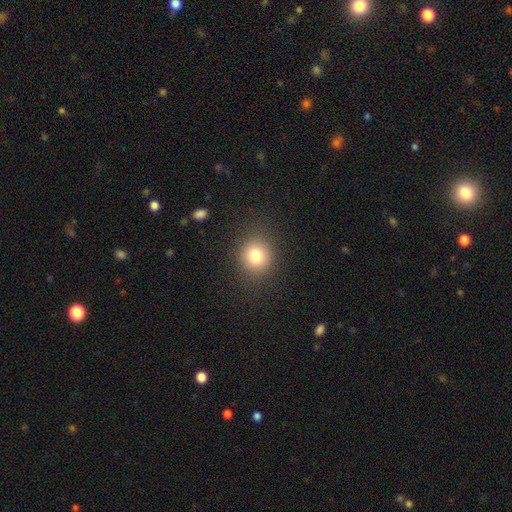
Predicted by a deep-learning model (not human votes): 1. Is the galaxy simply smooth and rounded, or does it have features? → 80% smooth, 12% star or artifact, 8% featured or disk.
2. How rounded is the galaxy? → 83% round, 16% in between, 1% cigar-shaped.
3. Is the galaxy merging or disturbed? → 87% none, 8% minor disturbance, 3% major disturbance, 1% merger.